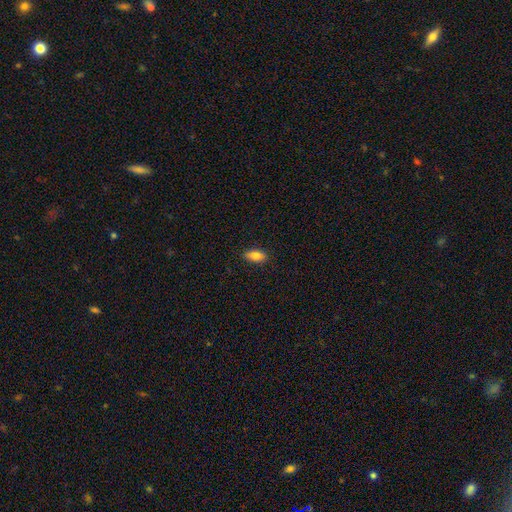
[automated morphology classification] Smooth or featured? Predicted: smooth (p=0.79). How rounded? Predicted: in between (p=0.87). Merging? Predicted: none (p=0.88).